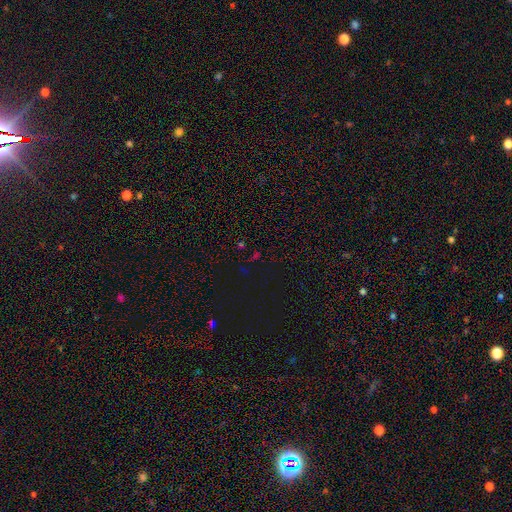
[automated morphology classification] Smooth or featured: star or artifact — 67% (smooth — 25%)